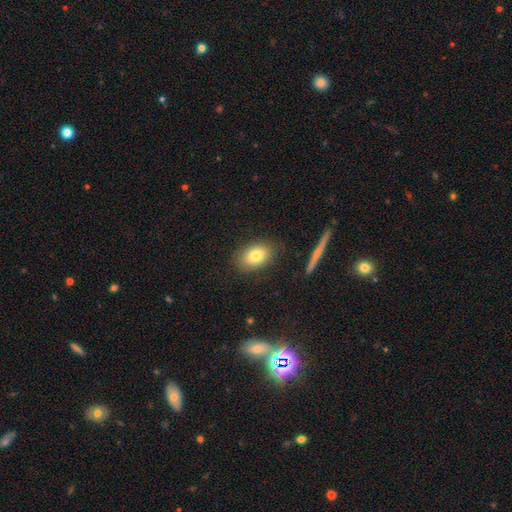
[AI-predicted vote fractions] Smooth or featured: smooth — 78% (featured or disk — 13%)
How rounded: in between — 80% (round — 18%)
Merging: none — 83% (minor disturbance — 11%)